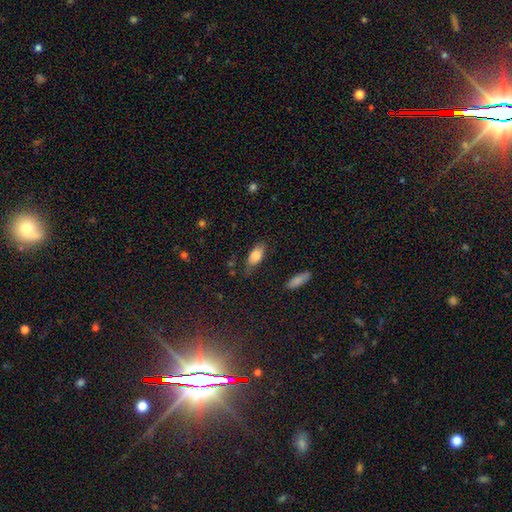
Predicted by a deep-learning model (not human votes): Overall: smooth (82%). How rounded: in between (84%). Merging: none (70%).